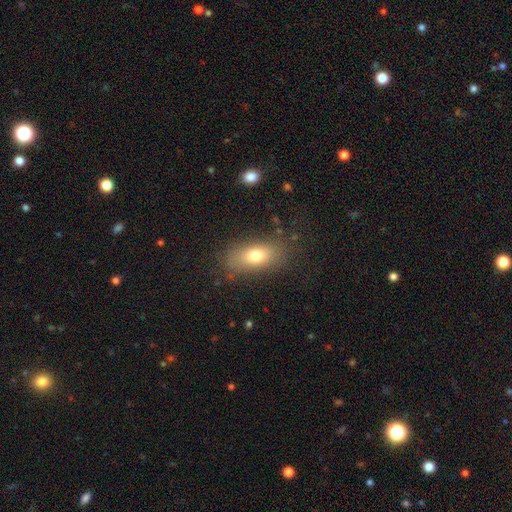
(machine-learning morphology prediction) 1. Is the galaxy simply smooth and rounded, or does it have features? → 73% smooth, 17% featured or disk, 10% star or artifact.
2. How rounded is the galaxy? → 81% in between, 10% cigar-shaped, 9% round.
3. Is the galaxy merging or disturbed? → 80% none, 13% minor disturbance, 6% major disturbance, 2% merger.